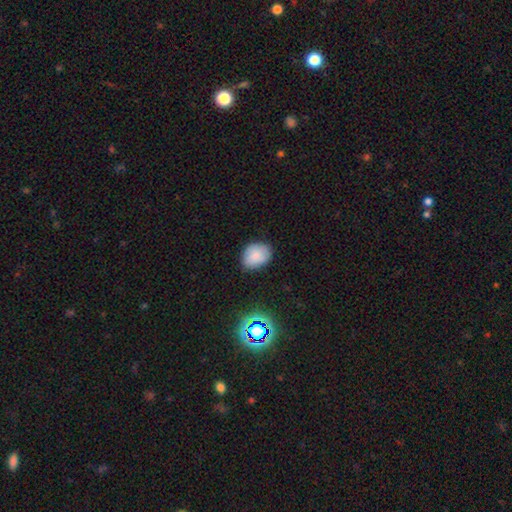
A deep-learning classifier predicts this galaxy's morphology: smooth-or-featured: smooth: 81% | star or artifact: 10% | featured or disk: 9%
  how-rounded: in between: 59% | round: 40% | cigar-shaped: 1%
  merging: none: 79% | minor disturbance: 17% | major disturbance: 3% | merger: 1%